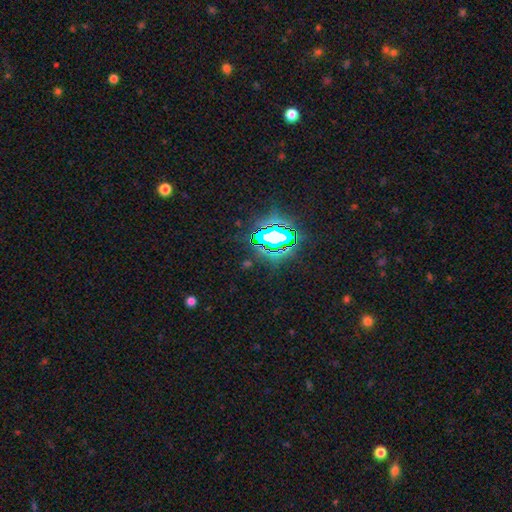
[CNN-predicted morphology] A star or artifact, not a galaxy (81%).